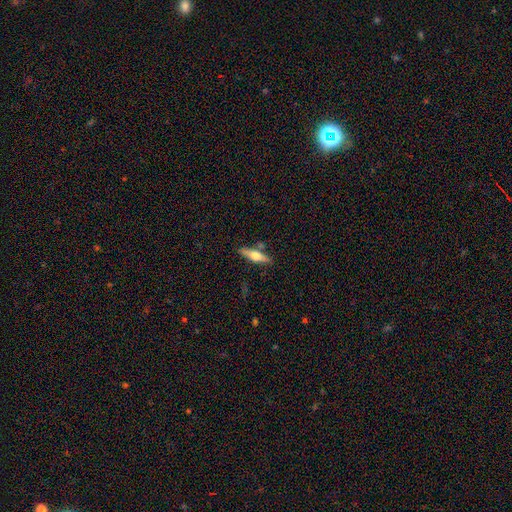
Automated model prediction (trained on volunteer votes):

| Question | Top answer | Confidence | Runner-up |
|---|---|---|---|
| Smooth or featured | featured or disk | 51% | smooth (43%) |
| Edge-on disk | yes | 93% | no (7%) |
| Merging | none | 79% | minor disturbance (12%) |